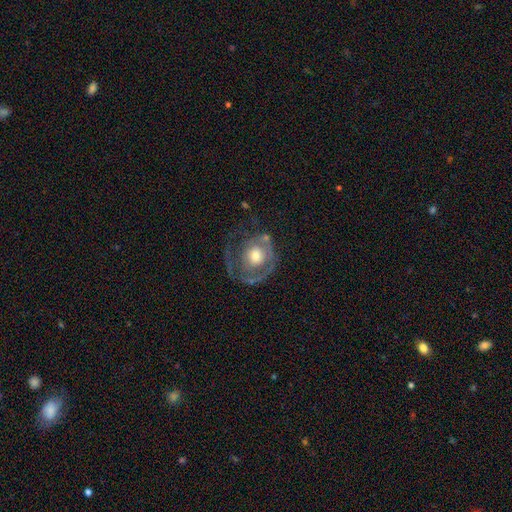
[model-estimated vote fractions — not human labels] Morphology: type=featured or disk (63%); edge-on=no (96%); bar=no (81%); spiral arms=yes (54%); bulge=moderate (60%); merging=none (42%).